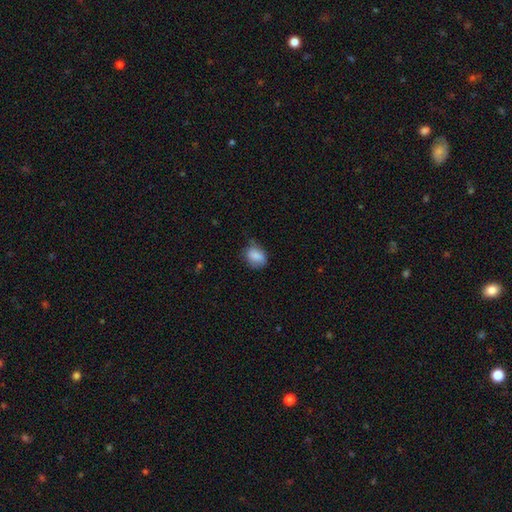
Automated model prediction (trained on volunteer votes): Overall: smooth (84%). How rounded: in between (74%). Merging: none (59%; minor disturbance 31%).